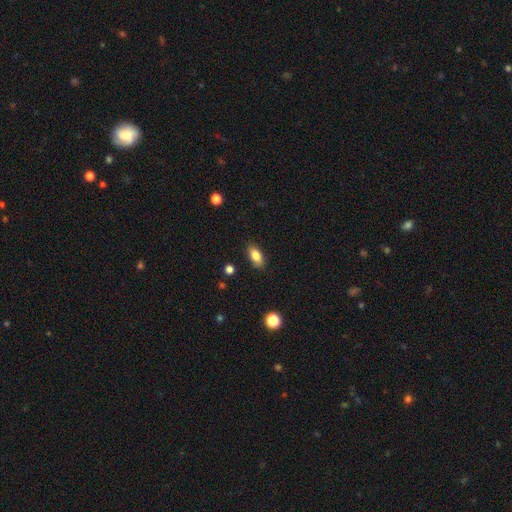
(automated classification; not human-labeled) This is clearly a smooth galaxy (82%). How rounded: clearly in between (88%). Merging: clearly none (87%).